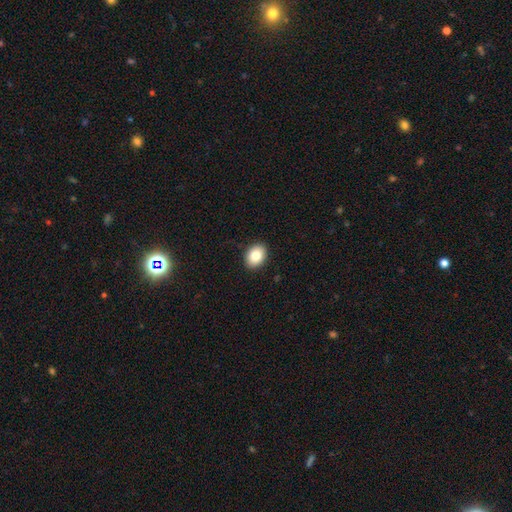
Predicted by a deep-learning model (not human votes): Smooth or featured: smooth — 84% (featured or disk — 8%)
How rounded: in between — 67% (round — 32%)
Merging: none — 90% (minor disturbance — 7%)